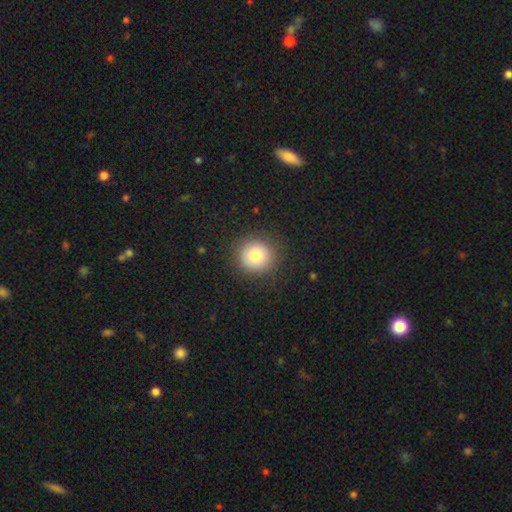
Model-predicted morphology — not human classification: A smooth galaxy with no disk features (82%) that is round (92%).

Vote fractions:
- Smooth or featured? smooth: 82% / star or artifact: 10% / featured or disk: 8%
- How rounded? round: 92% / in between: 8% / cigar-shaped: 1%
- Merging? none: 87% / minor disturbance: 9% / major disturbance: 3% / merger: 1%